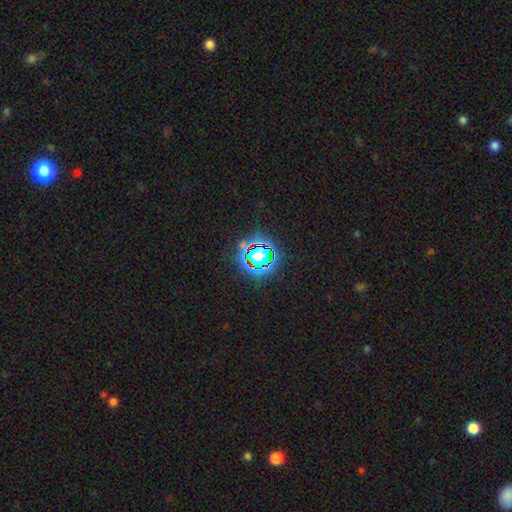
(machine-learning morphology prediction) This appears to be a star or artifact, not a galaxy (75%).